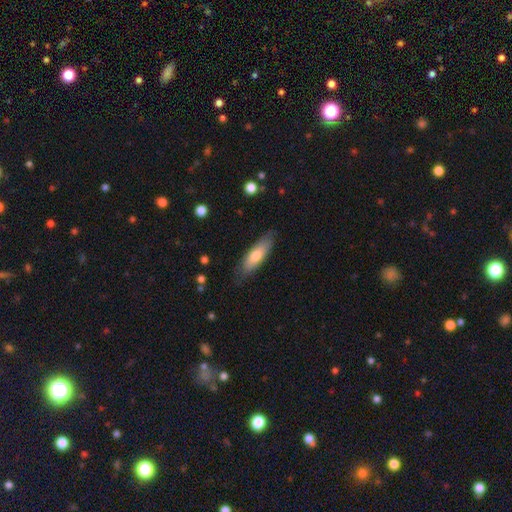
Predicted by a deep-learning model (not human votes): smooth-or-featured: smooth: 69% | featured or disk: 26% | star or artifact: 6%
  how-rounded: cigar-shaped: 52% | in between: 46% | round: 2%
  merging: none: 82% | minor disturbance: 14% | major disturbance: 3% | merger: 1%